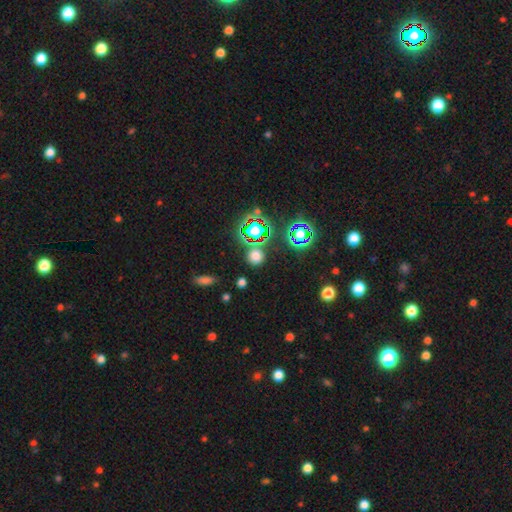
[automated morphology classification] This appears to be a smooth galaxy with no disk features (62%) that is round (88%). Merging: none (80%).